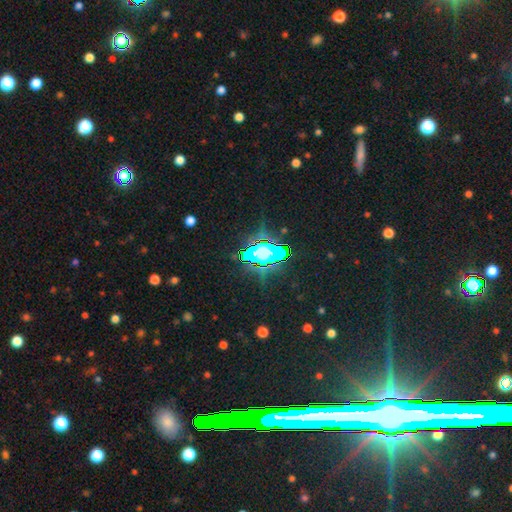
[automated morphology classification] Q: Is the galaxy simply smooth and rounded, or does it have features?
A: star or artifact — 80%.